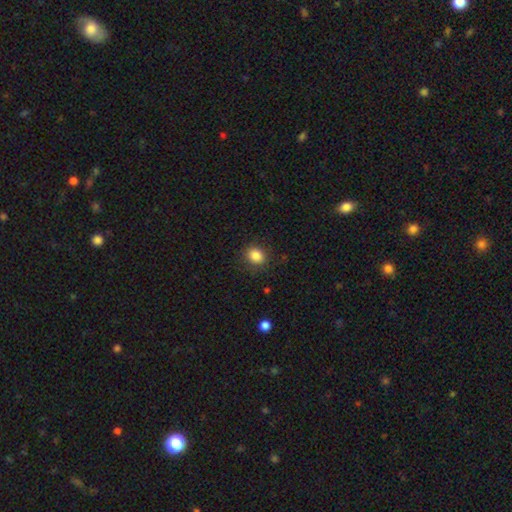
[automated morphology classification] A smooth galaxy with no disk features (85%) that is round (72%).

Vote fractions:
- Smooth or featured? smooth: 85% / star or artifact: 10% / featured or disk: 4%
- How rounded? round: 72% / in between: 27% / cigar-shaped: 1%
- Merging? none: 86% / minor disturbance: 10% / major disturbance: 3% / merger: 1%